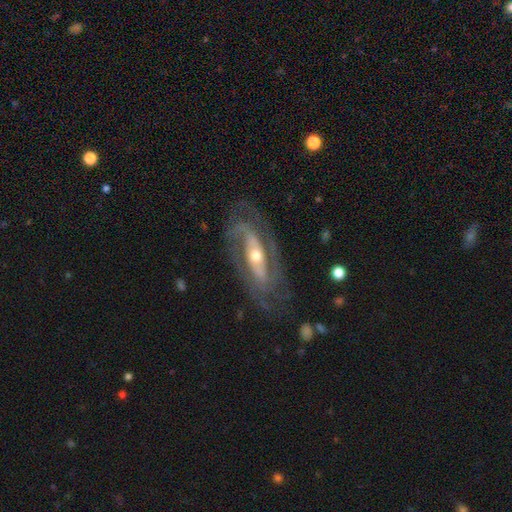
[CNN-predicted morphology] Overall: featured or disk (88%). Edge-on disk: no (89%). Bar: strong (44%; weak 32%). Spiral arms: yes (94%). Spiral arm count: 2 (73%). Spiral winding: medium (45%; tight 38%). Bulge size: moderate (52%; small 43%). Merging: none (74%).